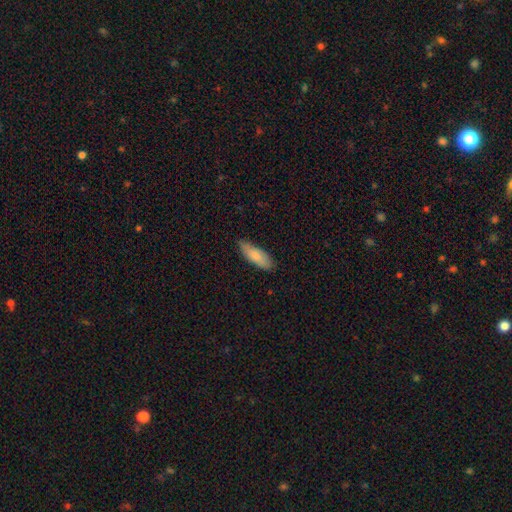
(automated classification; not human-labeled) Smooth or featured? smooth (77%)
How rounded? in between (67%)
Merging? none (77%)